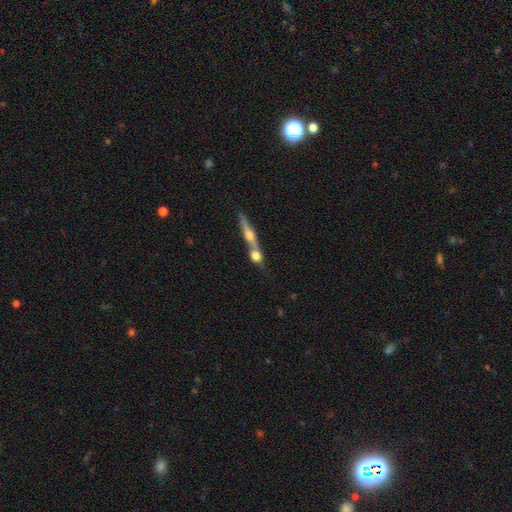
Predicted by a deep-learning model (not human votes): smooth_or_featured: smooth (p=0.49) [alt: featured or disk p=0.41]
merging: merger (p=0.50) [alt: none p=0.39]